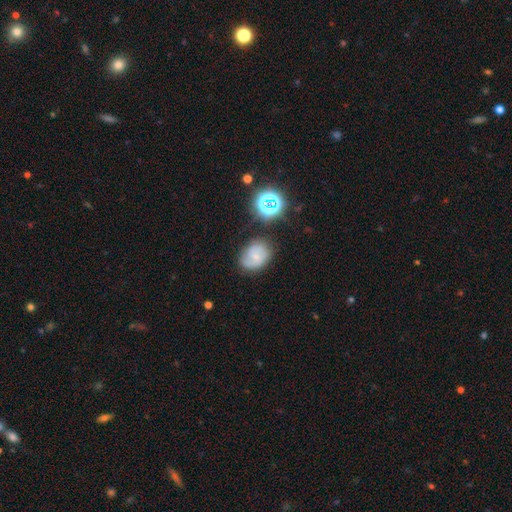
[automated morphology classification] Smooth or featured: smooth — 46% (featured or disk — 39%)
Merging: none — 67% (minor disturbance — 21%)